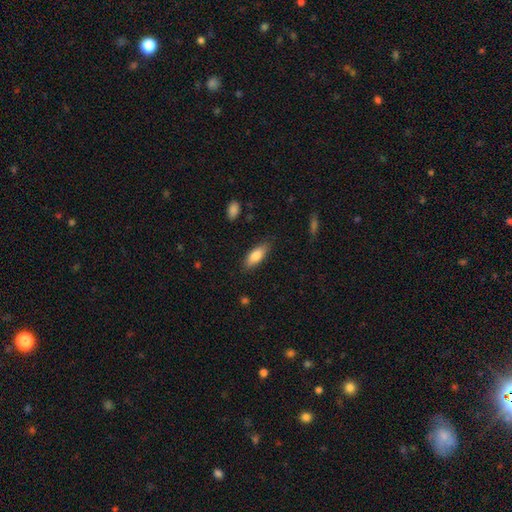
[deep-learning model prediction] Q: Smooth or featured?
A: smooth (82%); runner-up: featured or disk (12%)
Q: How rounded?
A: in between (73%); runner-up: cigar-shaped (25%)
Q: Merging?
A: none (82%); runner-up: minor disturbance (14%)